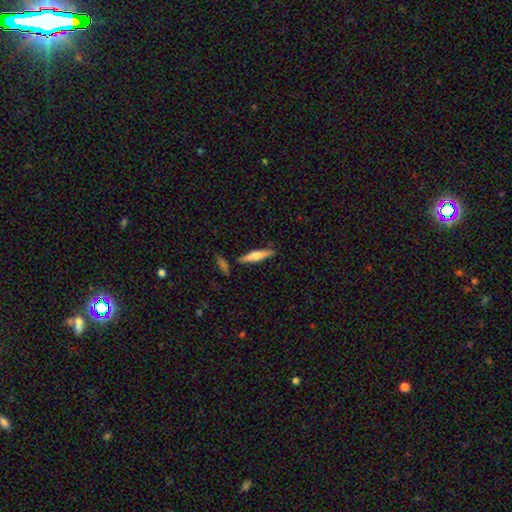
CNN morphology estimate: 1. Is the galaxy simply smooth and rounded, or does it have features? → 53% smooth, 41% featured or disk, 6% star or artifact.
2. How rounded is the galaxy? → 84% cigar-shaped, 14% in between, 2% round.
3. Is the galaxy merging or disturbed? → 84% none, 9% minor disturbance, 4% merger, 2% major disturbance.